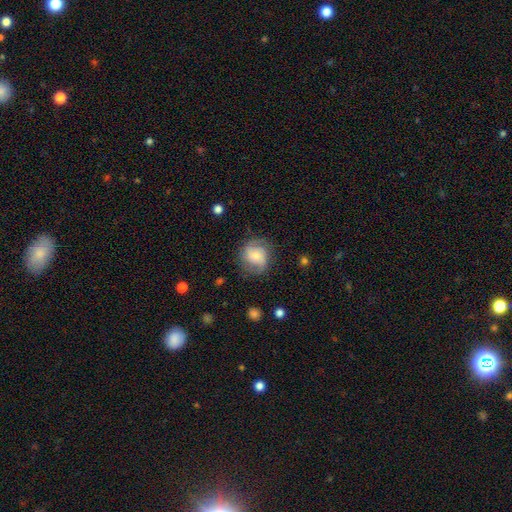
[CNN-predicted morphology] Overall: featured or disk (59%; smooth 33%). Edge-on disk: no (98%). Bar: no (52%; weak 39%). Spiral arms: yes (91%). Spiral arm count: 2 (66%). Spiral winding: medium (47%; tight 30%). Bulge size: small (44%; moderate 34%). Merging: none (73%).